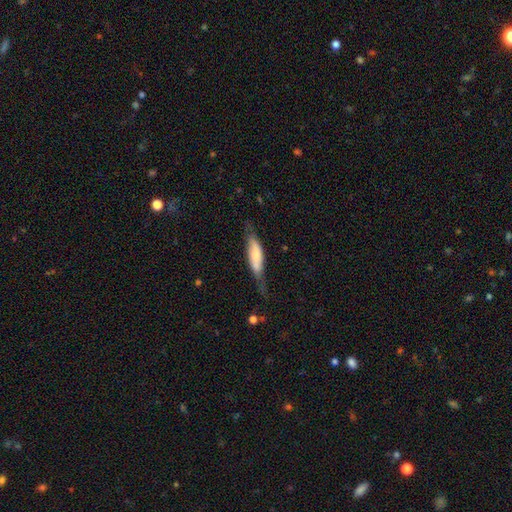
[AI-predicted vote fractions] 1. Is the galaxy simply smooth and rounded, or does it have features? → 56% smooth, 38% featured or disk, 6% star or artifact.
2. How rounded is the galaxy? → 55% cigar-shaped, 43% in between, 2% round.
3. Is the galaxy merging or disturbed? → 52% none, 30% minor disturbance, 15% major disturbance, 3% merger.